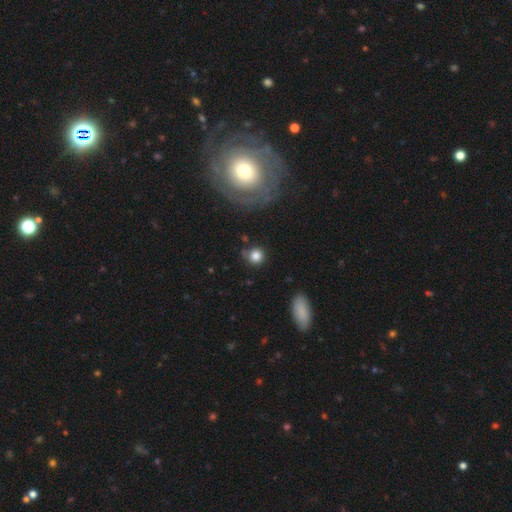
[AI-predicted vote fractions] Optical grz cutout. It shows a smooth galaxy with no disk features (82%) that is round (91%). Merging: none (77%).